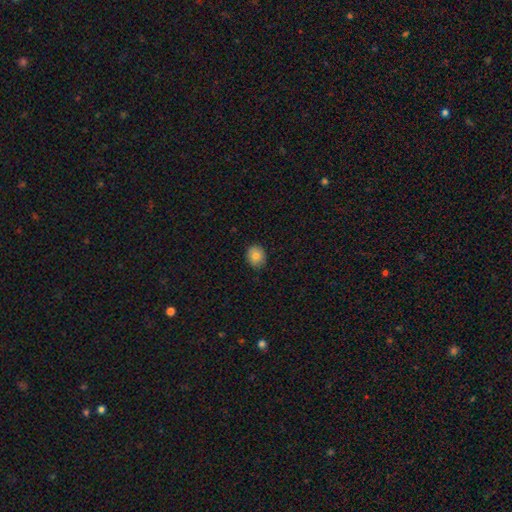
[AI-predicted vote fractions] This is clearly a smooth galaxy (81%). How rounded: likely round (72%). Merging: clearly none (87%).